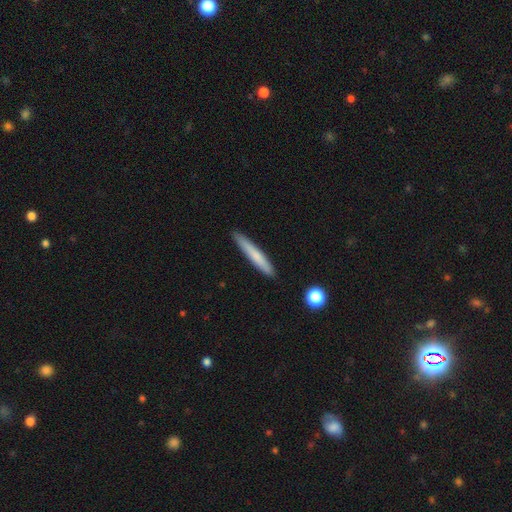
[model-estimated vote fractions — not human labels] smooth-or-featured: smooth: 69% | featured or disk: 24% | star or artifact: 6%
  how-rounded: cigar-shaped: 95% | in between: 4% | round: 1%
  merging: none: 89% | minor disturbance: 8% | merger: 2% | major disturbance: 2%